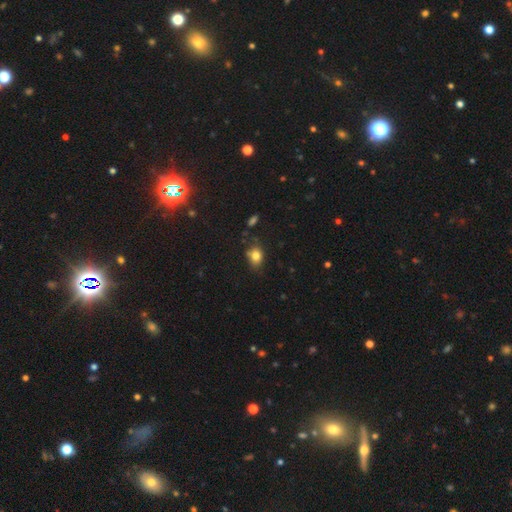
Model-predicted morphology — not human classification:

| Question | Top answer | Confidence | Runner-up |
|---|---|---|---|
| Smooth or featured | smooth | 81% | star or artifact (11%) |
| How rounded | in between | 53% | round (46%) |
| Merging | none | 70% | minor disturbance (21%) |